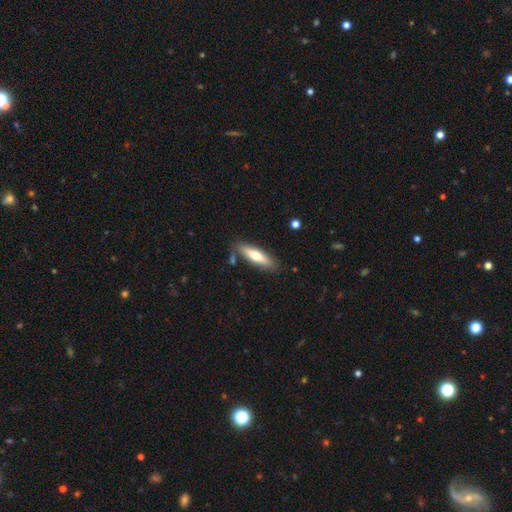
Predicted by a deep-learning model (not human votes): Smooth or featured: smooth — 60% (featured or disk — 35%)
How rounded: cigar-shaped — 67% (in between — 31%)
Merging: none — 80% (minor disturbance — 12%)